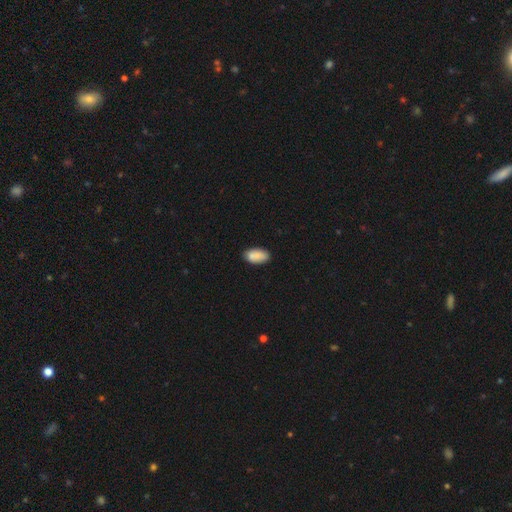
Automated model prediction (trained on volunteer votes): smooth-or-featured: smooth: 86% | star or artifact: 7% | featured or disk: 7%
  how-rounded: in between: 94% | cigar-shaped: 3% | round: 3%
  merging: none: 78% | minor disturbance: 17% | major disturbance: 3% | merger: 2%